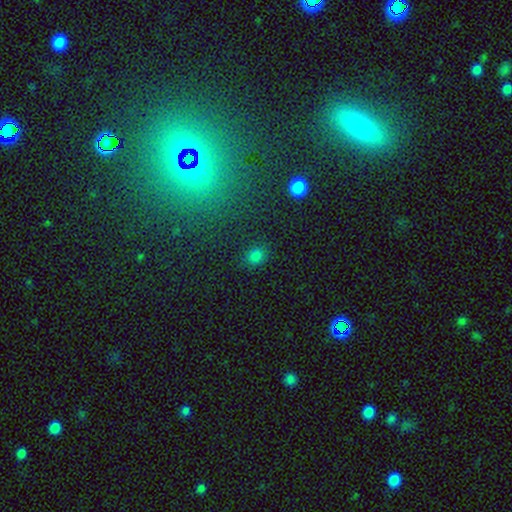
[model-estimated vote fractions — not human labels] Morphology: type=smooth (78%); roundness=round (59%); merging=none (86%).